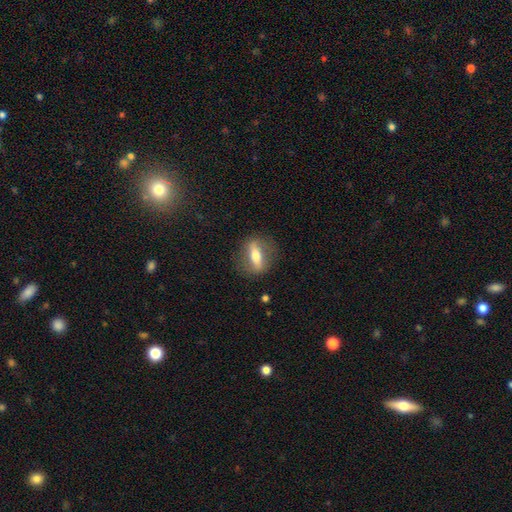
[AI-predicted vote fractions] The model was most divided on "edge-on disk": yes: 54%, no: 46%. More confident: merging — none (81%); smooth or featured — featured or disk (51%).